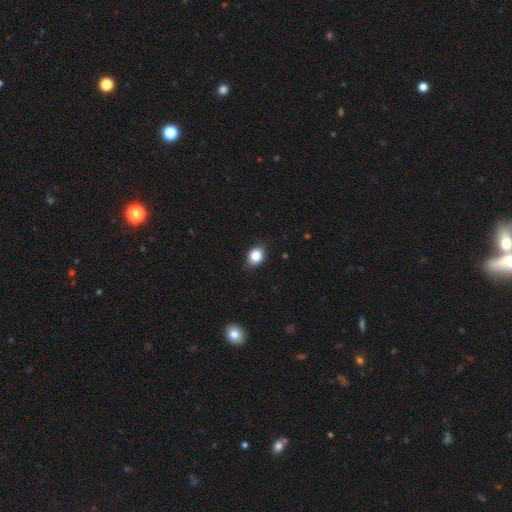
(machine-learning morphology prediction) Smooth or featured? smooth (86%)
How rounded? round (50%)
Merging? none (83%)